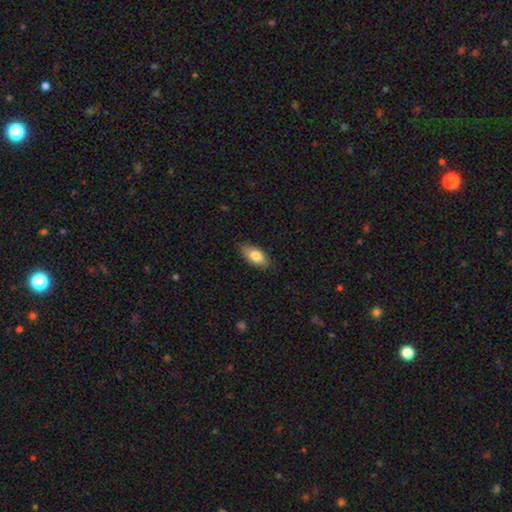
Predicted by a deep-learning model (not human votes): A smooth galaxy with no disk features (80%) that is in between round and cigar-shaped (90%). Merging: none (83%).